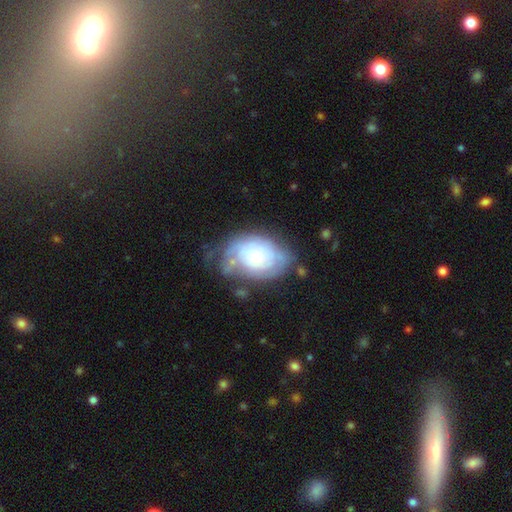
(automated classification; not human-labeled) Q: Smooth or featured?
A: featured or disk (63%); runner-up: smooth (30%)
Q: Edge-on disk?
A: no (96%); runner-up: yes (4%)
Q: Bar?
A: no (83%); runner-up: weak (14%)
Q: Spiral arms?
A: yes (71%); runner-up: no (29%)
Q: Bulge size?
A: small (64%); runner-up: moderate (27%)
Q: Merging?
A: none (51%); runner-up: minor disturbance (28%)